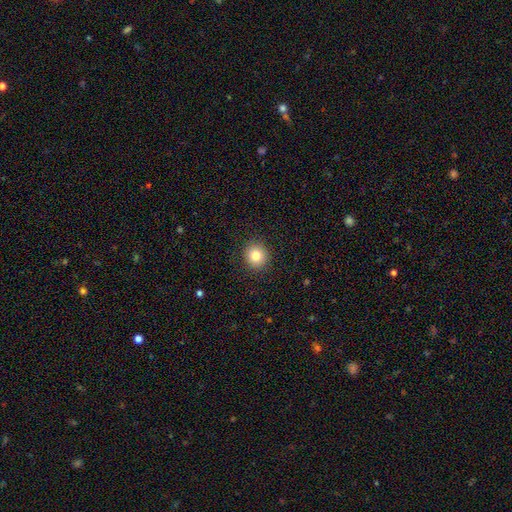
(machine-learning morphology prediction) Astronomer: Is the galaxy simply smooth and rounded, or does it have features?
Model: smooth — 83%.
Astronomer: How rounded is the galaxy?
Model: round — 88%.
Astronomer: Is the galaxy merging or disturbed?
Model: none — 91%.